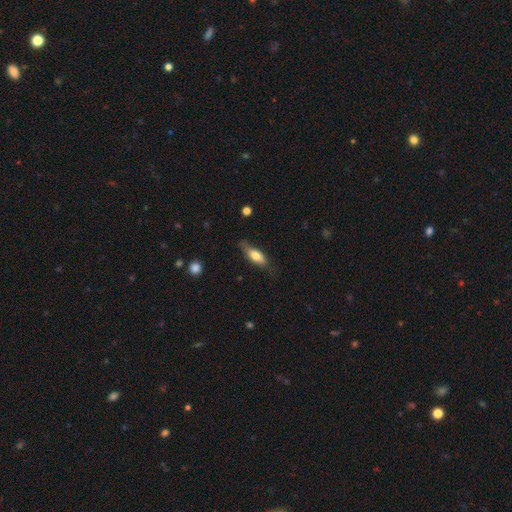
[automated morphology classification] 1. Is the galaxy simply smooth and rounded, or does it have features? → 69% smooth, 25% featured or disk, 6% star or artifact.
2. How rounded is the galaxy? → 67% in between, 30% cigar-shaped, 3% round.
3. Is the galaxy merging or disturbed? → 66% none, 25% minor disturbance, 7% major disturbance, 2% merger.